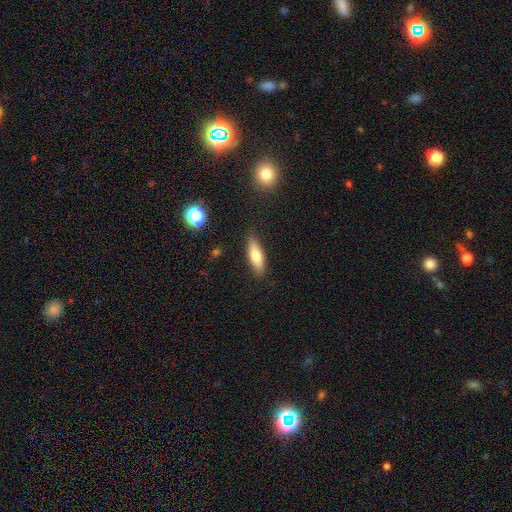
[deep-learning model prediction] Overall: smooth (74%). How rounded: in between (50%; cigar-shaped 48%). Merging: none (86%).